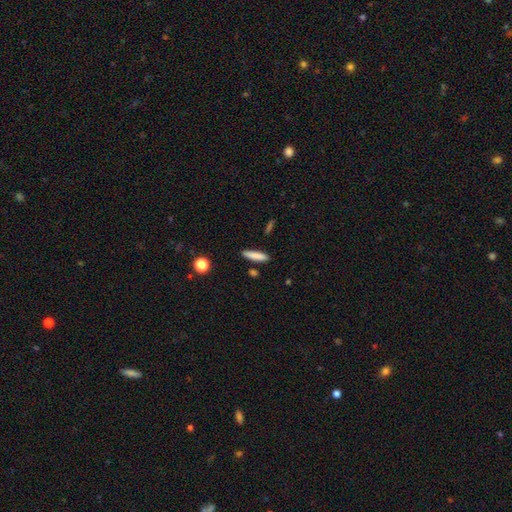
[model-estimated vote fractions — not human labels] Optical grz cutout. It shows a smooth galaxy with no disk features (83%) that is cigar-shaped (81%). Merging: none (86%).